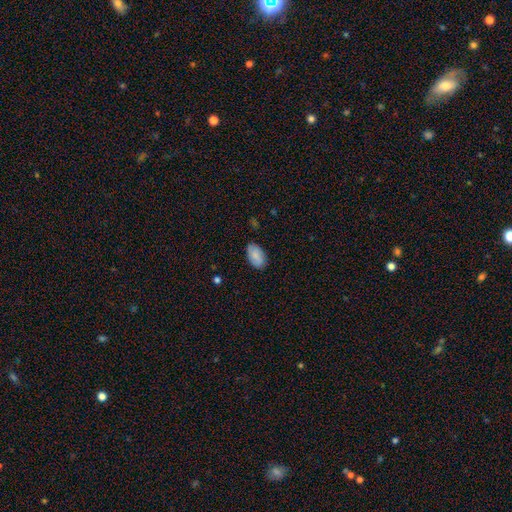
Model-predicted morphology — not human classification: Q: Smooth or featured?
A: smooth (85%); runner-up: featured or disk (9%)
Q: How rounded?
A: in between (94%); runner-up: round (4%)
Q: Merging?
A: none (85%); runner-up: minor disturbance (12%)